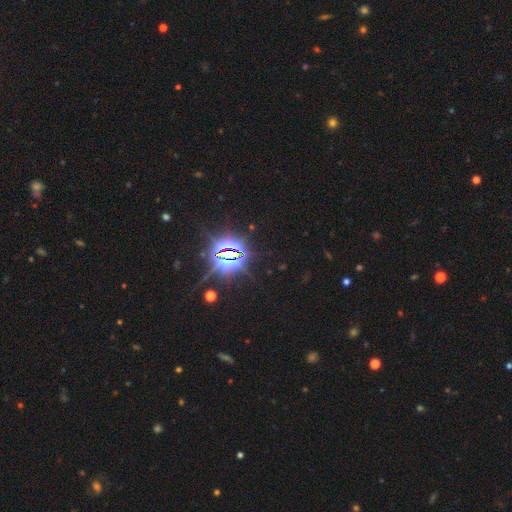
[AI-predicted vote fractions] smooth-or-featured: star or artifact: 85% | smooth: 8% | featured or disk: 6%